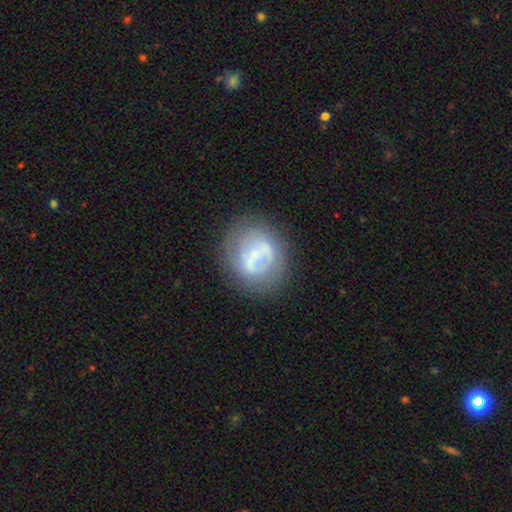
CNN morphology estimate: Overall: featured or disk (49%; smooth 41%). Merging: none (67%).